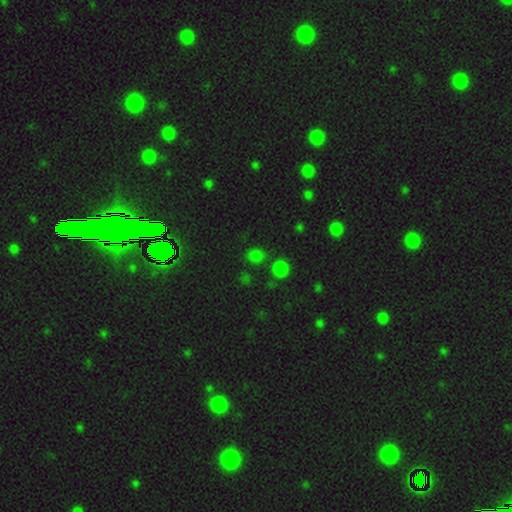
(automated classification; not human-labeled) smooth-or-featured: smooth: 66% | star or artifact: 29% | featured or disk: 4%
  how-rounded: round: 78% | in between: 21% | cigar-shaped: 1%
  merging: none: 78% | minor disturbance: 10% | merger: 8% | major disturbance: 4%